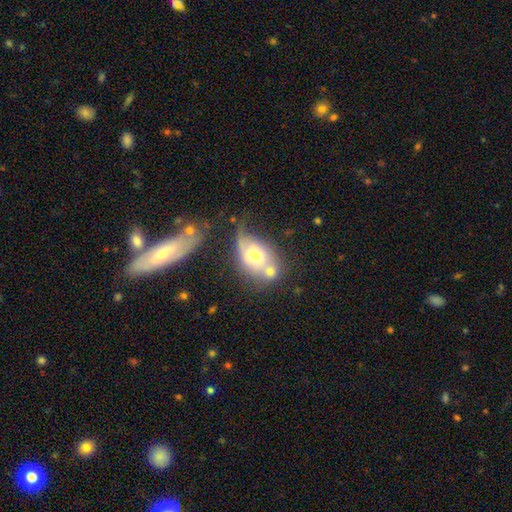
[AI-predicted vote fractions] smooth_or_featured: smooth (p=0.55) [alt: featured or disk p=0.37]
how_rounded: in between (p=0.76) [alt: round p=0.21]
merging: merger (p=0.39) [alt: none p=0.27]